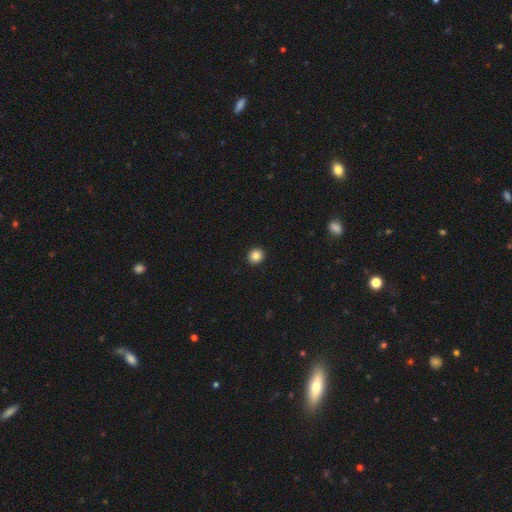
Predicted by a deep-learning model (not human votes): This appears to be a smooth galaxy with no disk features (85%) that is round (92%). Merging: none (94%).